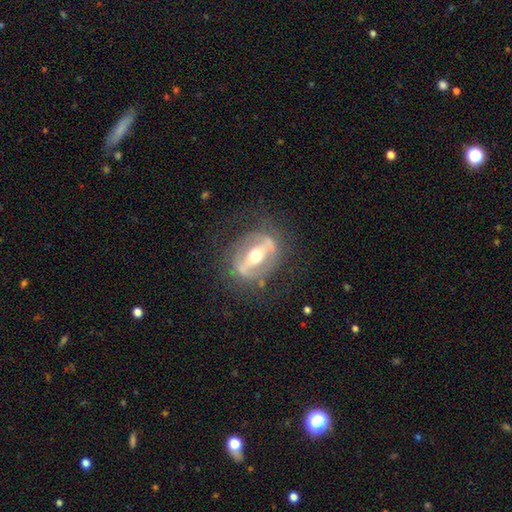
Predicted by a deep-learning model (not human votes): smooth_or_featured: featured or disk (p=0.79) [alt: smooth p=0.14]
disk_edge_on: no (p=0.85) [alt: yes p=0.15]
bar: strong (p=0.69) [alt: weak p=0.19]
has_spiral_arms: no (p=0.59) [alt: yes p=0.41]
bulge_size: moderate (p=0.70) [alt: small p=0.16]
merging: none (p=0.73) [alt: minor disturbance p=0.15]